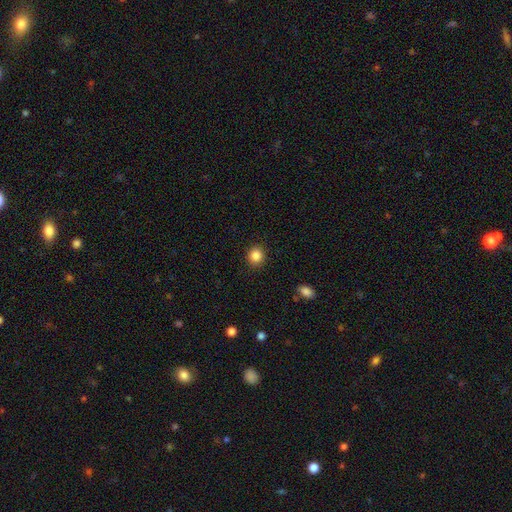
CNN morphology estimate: A smooth galaxy with no disk features (86%) that is round (83%).

Vote fractions:
- Smooth or featured? smooth: 86% / star or artifact: 10% / featured or disk: 4%
- How rounded? round: 83% / in between: 16% / cigar-shaped: 1%
- Merging? none: 91% / minor disturbance: 6% / major disturbance: 2% / merger: 1%